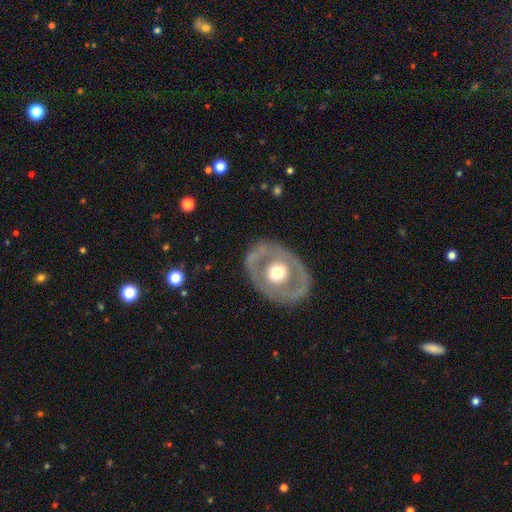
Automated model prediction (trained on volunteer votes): Q: Smooth or featured?
A: featured or disk (64%); runner-up: smooth (31%)
Q: Edge-on disk?
A: no (92%); runner-up: yes (8%)
Q: Bar?
A: no (87%); runner-up: weak (9%)
Q: Spiral arms?
A: no (83%); runner-up: yes (17%)
Q: Bulge size?
A: moderate (60%); runner-up: large (32%)
Q: Merging?
A: none (81%); runner-up: minor disturbance (12%)